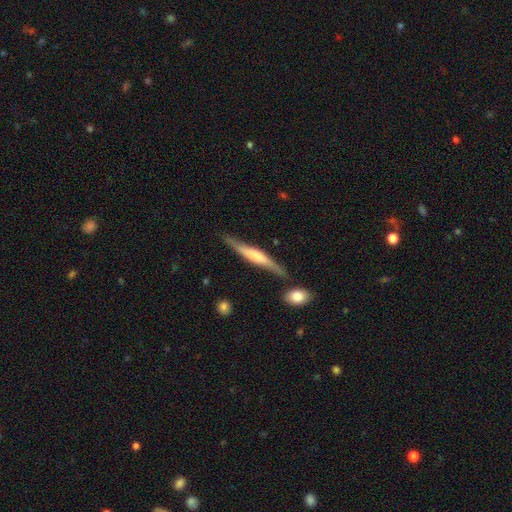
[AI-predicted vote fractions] smooth-or-featured: featured or disk: 60% | smooth: 35% | star or artifact: 5%
  disk-edge-on: yes: 91% | no: 9%
    edge-on-bulge: rounded: 42% | boxy: 38% | none: 20%
  merging: none: 75% | minor disturbance: 16% | merger: 5% | major disturbance: 4%